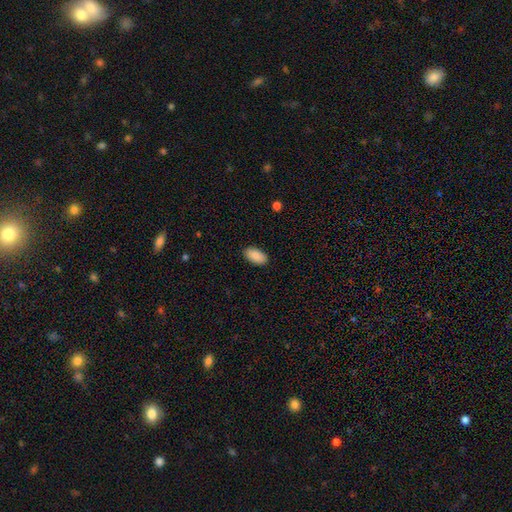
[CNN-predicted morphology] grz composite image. It shows a smooth galaxy with no disk features (90%) that is in between round and cigar-shaped (95%). Merging: none (90%).